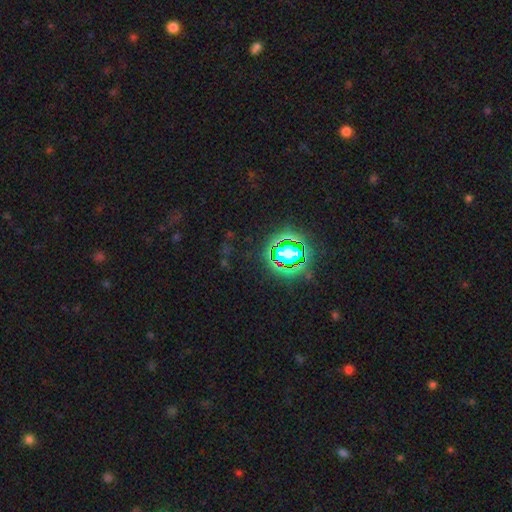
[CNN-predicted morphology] Overall: star or artifact (78%).